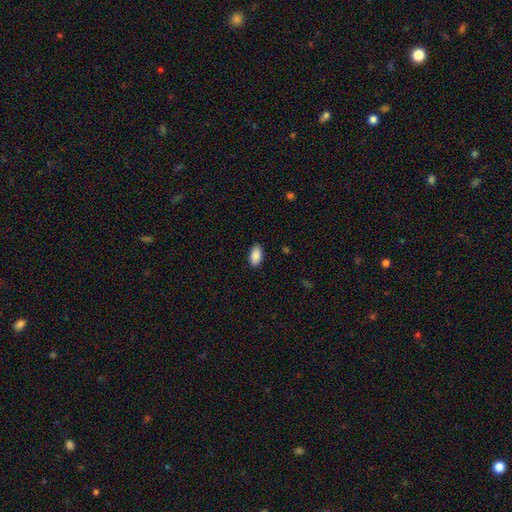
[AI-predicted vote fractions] The model was most divided on "merging": none: 87%, minor disturbance: 10%, major disturbance: 2%, merger: 1%. More confident: how rounded — in between (94%); smooth or featured — smooth (90%).